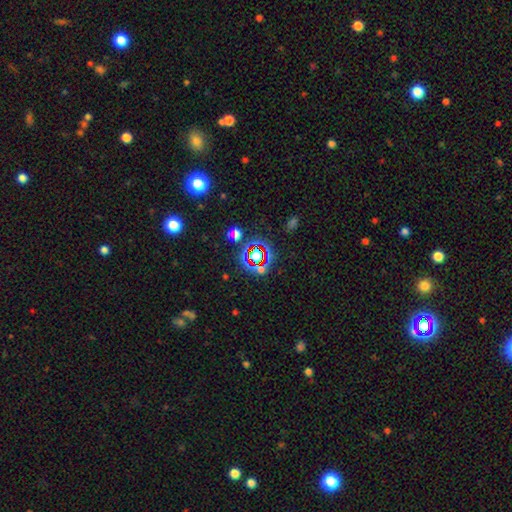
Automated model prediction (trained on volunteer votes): Overall: star or artifact (68%).